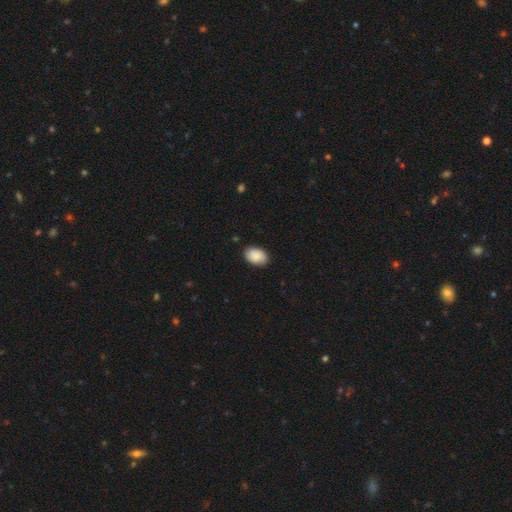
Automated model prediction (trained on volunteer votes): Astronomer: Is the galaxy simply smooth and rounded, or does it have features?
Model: smooth — 88%.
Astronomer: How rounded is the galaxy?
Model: in between — 85%.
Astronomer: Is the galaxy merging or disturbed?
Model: none — 86%.